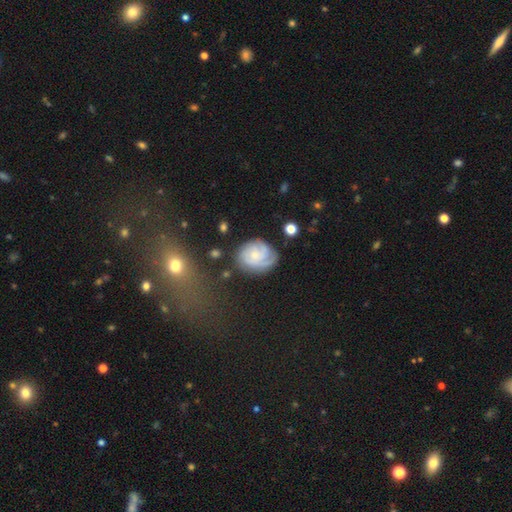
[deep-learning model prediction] A featured or disk galaxy (69%) with no bar (76%), tight (61%) spiral arms (91%) and a small central bulge (66%). Merging: none (64%).